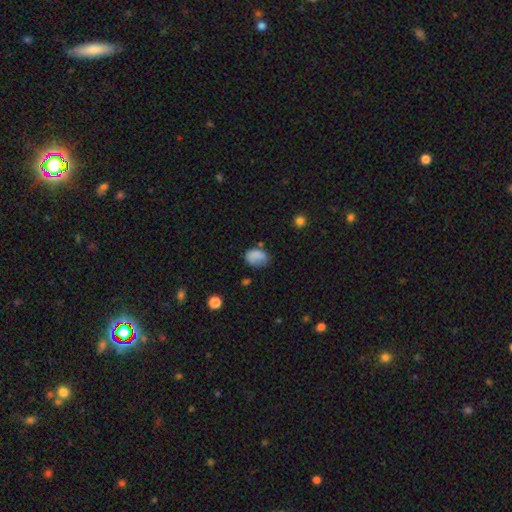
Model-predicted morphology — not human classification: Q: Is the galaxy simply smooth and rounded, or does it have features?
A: smooth — 80%.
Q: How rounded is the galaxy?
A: in between — 77%.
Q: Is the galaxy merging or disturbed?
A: none — 55%.